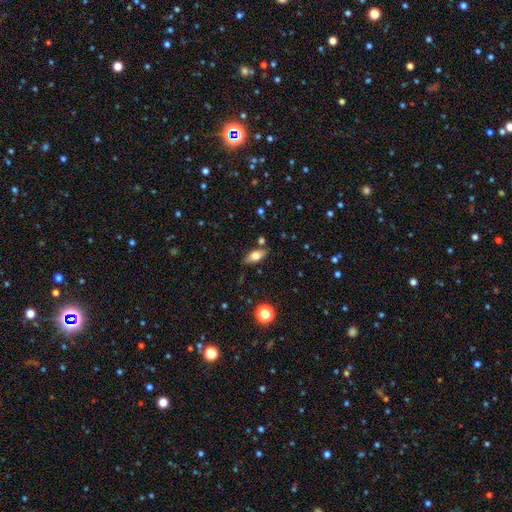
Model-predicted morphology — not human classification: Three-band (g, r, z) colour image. It shows a smooth galaxy with no disk features (70%) that is in between round and cigar-shaped (84%). Merging: none (80%).